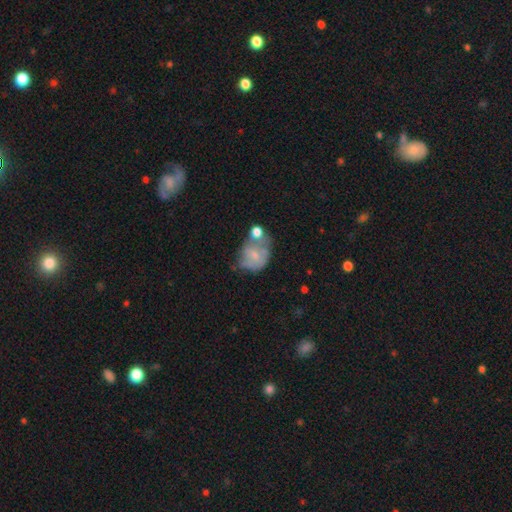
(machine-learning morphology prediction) A smooth galaxy with no disk features (52%) that is in between round and cigar-shaped (53%). Merging: none (28%).